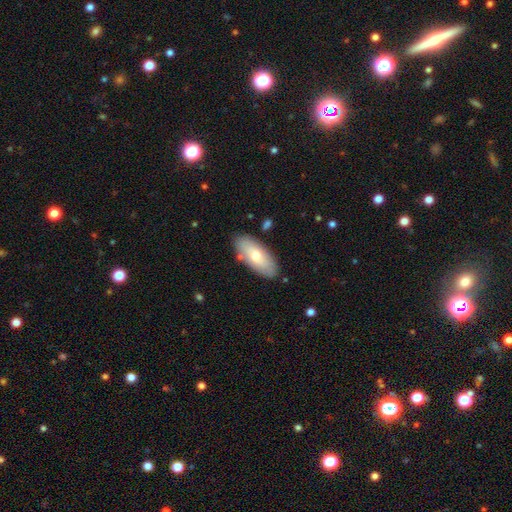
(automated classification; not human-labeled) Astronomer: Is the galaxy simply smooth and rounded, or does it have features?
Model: smooth — 66%.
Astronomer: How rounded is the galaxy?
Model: in between — 87%.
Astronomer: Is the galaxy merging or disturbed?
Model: none — 84%.